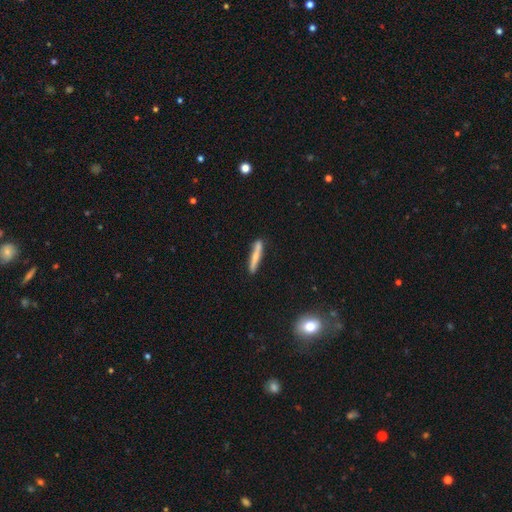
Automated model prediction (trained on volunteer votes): Smooth or featured: smooth — 63% (featured or disk — 31%)
How rounded: cigar-shaped — 93% (in between — 5%)
Merging: none — 81% (minor disturbance — 13%)